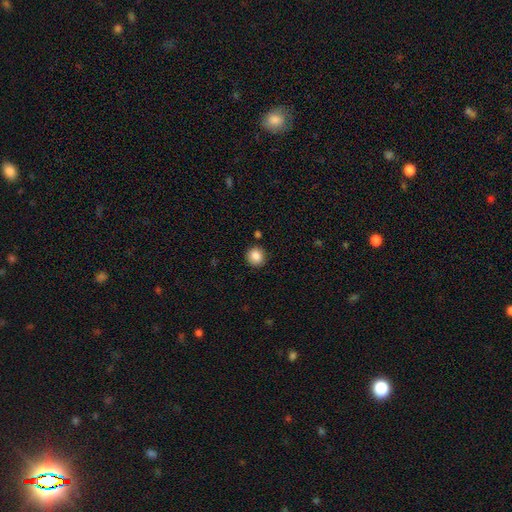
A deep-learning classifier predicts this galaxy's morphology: Smooth or featured? smooth (86%)
How rounded? round (90%)
Merging? none (89%)